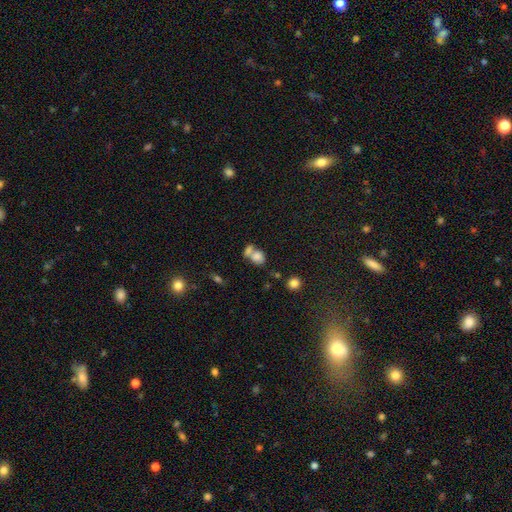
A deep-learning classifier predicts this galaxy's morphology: smooth 76%, featured or disk 13%, star or artifact 11%. Down the decision tree: how rounded — in between (56%); merging — merger (59%).